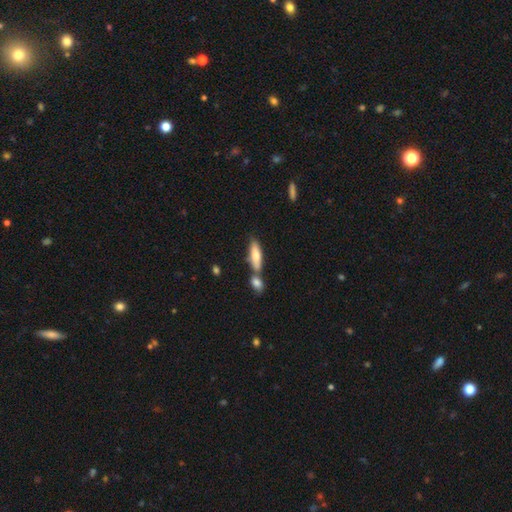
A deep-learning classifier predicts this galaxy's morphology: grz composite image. It shows a smooth galaxy with no disk features (71%) that is cigar-shaped (50%). Merging: none (46%).